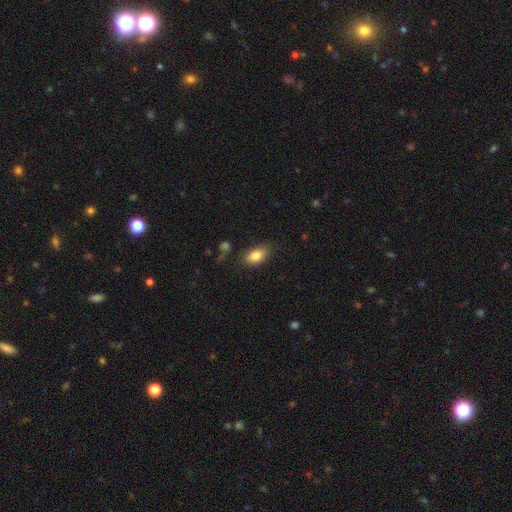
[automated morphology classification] A smooth galaxy with no disk features (83%) that is in between round and cigar-shaped (90%). Merging: none (79%).